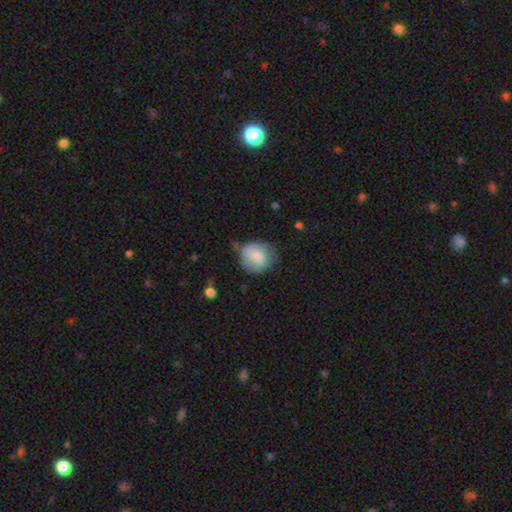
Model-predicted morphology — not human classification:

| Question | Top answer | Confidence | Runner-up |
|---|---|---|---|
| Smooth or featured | smooth | 76% | featured or disk (17%) |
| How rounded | round | 79% | in between (20%) |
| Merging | none | 57% | minor disturbance (29%) |